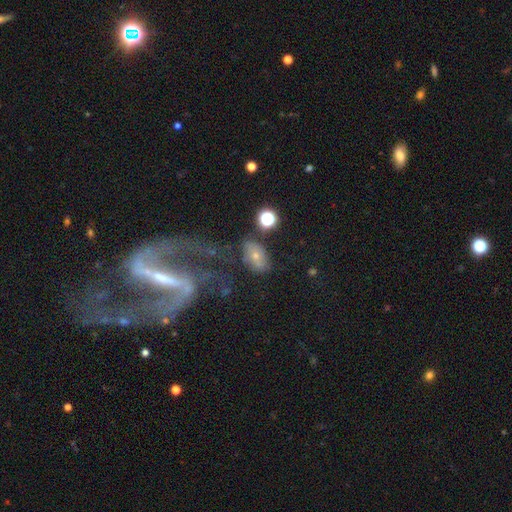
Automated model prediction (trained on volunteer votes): Q: Smooth or featured?
A: smooth (50%); runner-up: featured or disk (33%)
Q: How rounded?
A: in between (82%); runner-up: round (15%)
Q: Merging?
A: none (60%); runner-up: minor disturbance (20%)